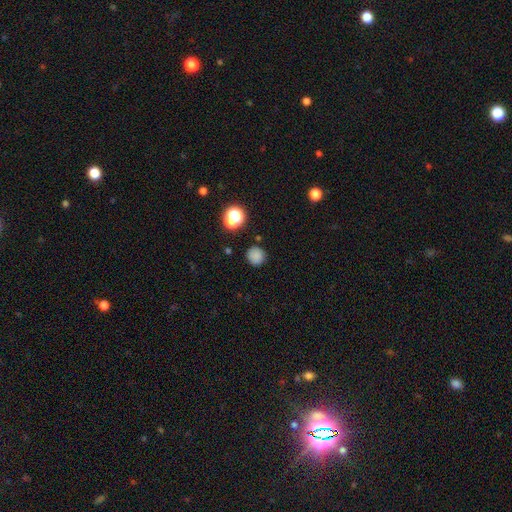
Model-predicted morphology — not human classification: Smooth or featured? Predicted: smooth (p=0.81). How rounded? Predicted: round (p=0.92). Merging? Predicted: none (p=0.84).